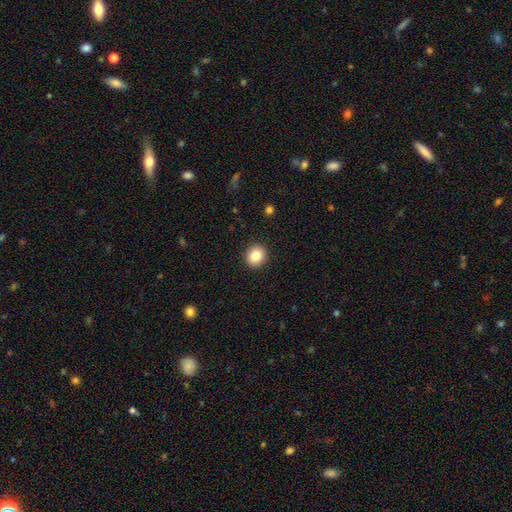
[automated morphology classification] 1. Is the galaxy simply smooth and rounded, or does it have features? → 84% smooth, 10% star or artifact, 7% featured or disk.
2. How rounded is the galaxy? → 85% round, 14% in between, 1% cigar-shaped.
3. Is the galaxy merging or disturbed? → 92% none, 5% minor disturbance, 2% major disturbance, 1% merger.